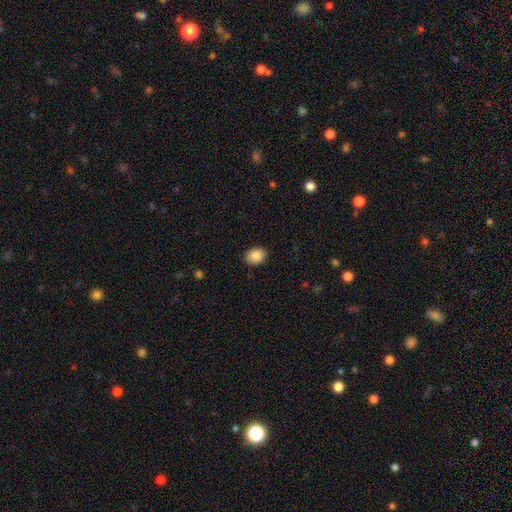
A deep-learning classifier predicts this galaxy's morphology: Smooth or featured? smooth (89%)
How rounded? in between (54%)
Merging? none (88%)